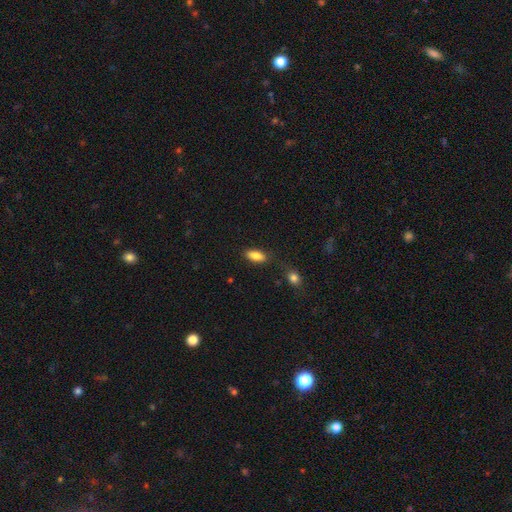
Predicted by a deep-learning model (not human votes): A smooth galaxy with no disk features (86%) that is in between round and cigar-shaped (87%). Merging: none (80%).